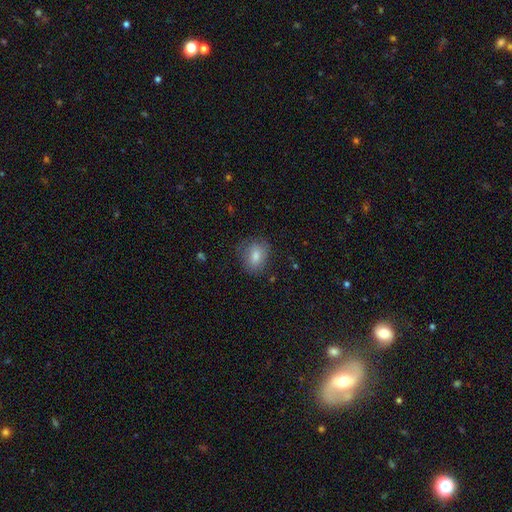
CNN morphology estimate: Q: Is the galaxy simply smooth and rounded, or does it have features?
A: smooth — 71%.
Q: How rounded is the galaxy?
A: in between — 64%.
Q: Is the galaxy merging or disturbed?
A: none — 72%.